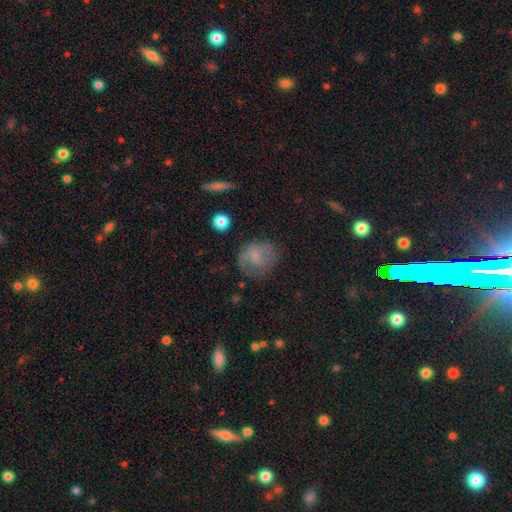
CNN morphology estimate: Overall: smooth (61%; featured or disk 29%). How rounded: round (71%). Merging: none (63%).